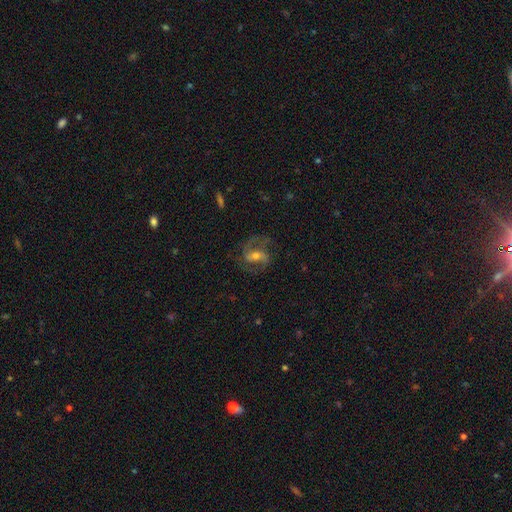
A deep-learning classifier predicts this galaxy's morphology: type=featured or disk (84%); edge-on=no (97%); bar=weak (43%); spiral arms=yes (96%); winding=medium (59%); arm count=2 (89%); bulge=moderate (57%); merging=none (74%).